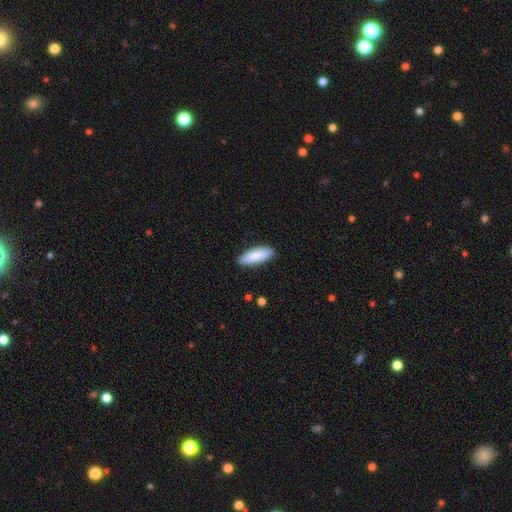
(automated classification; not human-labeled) Smooth or featured: smooth — 86% (featured or disk — 8%)
How rounded: in between — 60% (cigar-shaped — 38%)
Merging: none — 86% (minor disturbance — 11%)